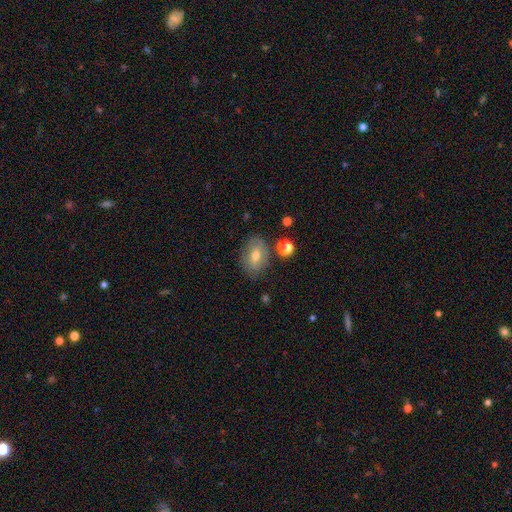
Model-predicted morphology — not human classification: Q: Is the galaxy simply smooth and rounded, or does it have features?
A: smooth — 66%.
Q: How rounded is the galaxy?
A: in between — 77%.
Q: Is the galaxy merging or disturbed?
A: none — 75%.